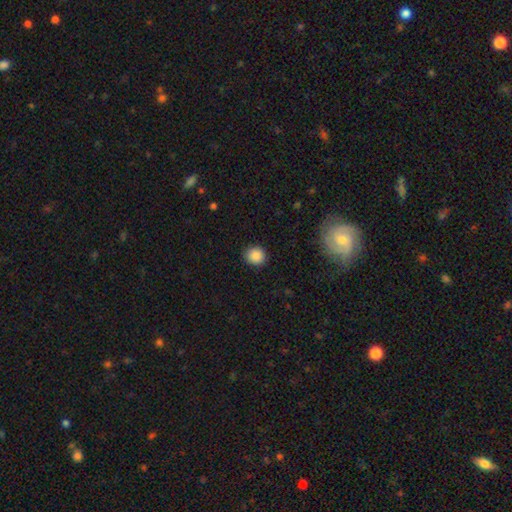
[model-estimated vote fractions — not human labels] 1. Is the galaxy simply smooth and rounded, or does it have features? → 87% smooth, 9% star or artifact, 3% featured or disk.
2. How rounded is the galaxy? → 87% round, 12% in between, 1% cigar-shaped.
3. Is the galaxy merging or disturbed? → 89% none, 8% minor disturbance, 2% major disturbance, 1% merger.